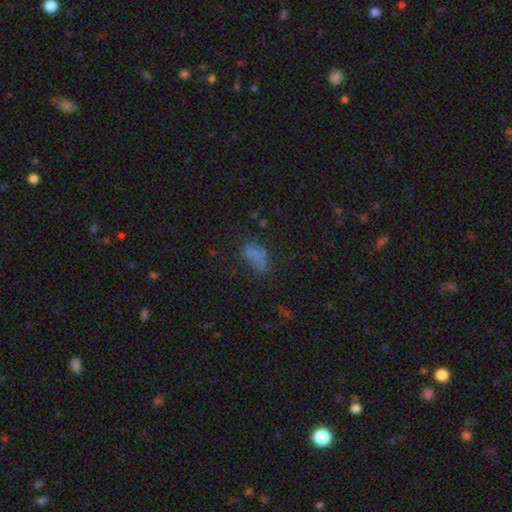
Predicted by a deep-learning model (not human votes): Smooth or featured? smooth (61%)
How rounded? in between (83%)
Merging? none (45%)